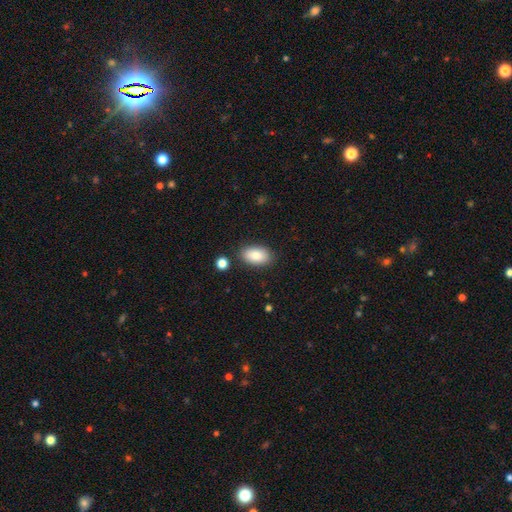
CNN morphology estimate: smooth-or-featured: smooth: 82% | featured or disk: 11% | star or artifact: 7%
  how-rounded: in between: 92% | round: 6% | cigar-shaped: 2%
  merging: none: 84% | minor disturbance: 10% | merger: 3% | major disturbance: 2%